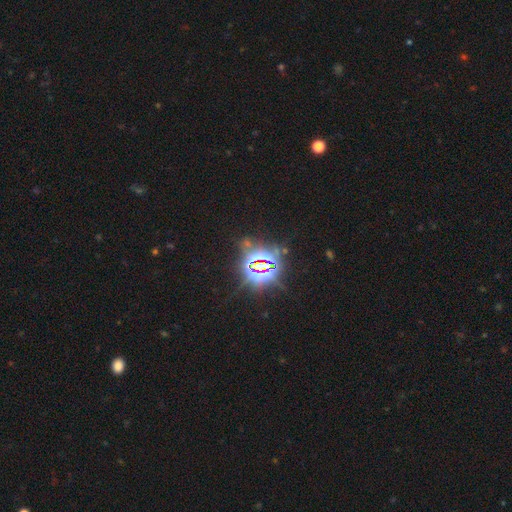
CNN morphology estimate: This appears to be a star or artifact, not a galaxy (85%).